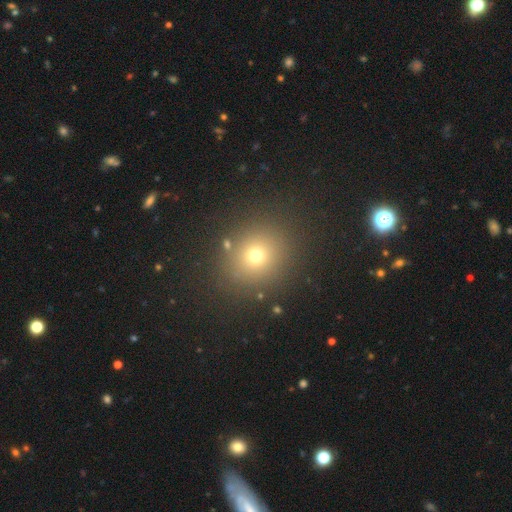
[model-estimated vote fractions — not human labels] smooth-or-featured: smooth: 69% | star or artifact: 22% | featured or disk: 9%
  how-rounded: round: 82% | in between: 17% | cigar-shaped: 1%
  merging: none: 87% | minor disturbance: 7% | major disturbance: 3% | merger: 3%